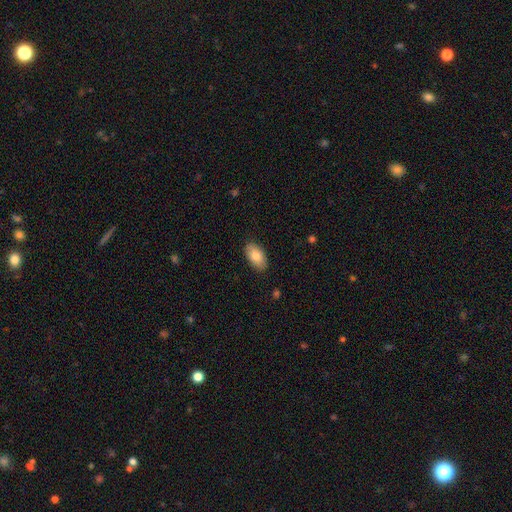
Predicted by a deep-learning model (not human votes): A smooth galaxy with no disk features (82%) that is in between round and cigar-shaped (94%).

Vote fractions:
- Smooth or featured? smooth: 82% / featured or disk: 12% / star or artifact: 6%
- How rounded? in between: 94% / round: 3% / cigar-shaped: 3%
- Merging? none: 87% / minor disturbance: 10% / major disturbance: 2% / merger: 1%